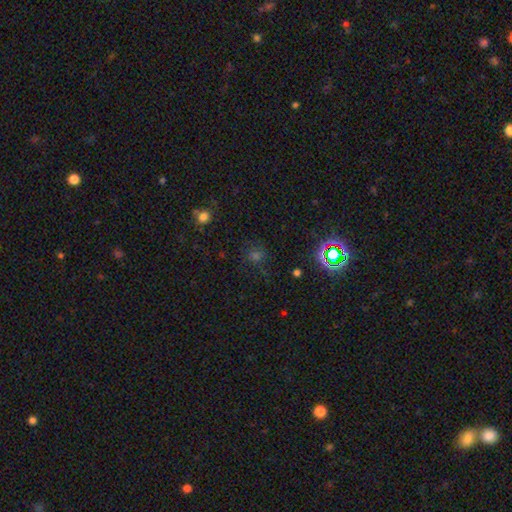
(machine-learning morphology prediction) A star or artifact, not a galaxy (50%).

Vote fractions:
- Smooth or featured? star or artifact: 50% / smooth: 41% / featured or disk: 9%